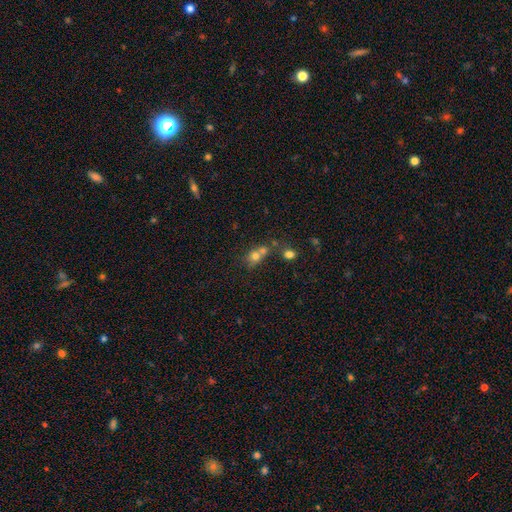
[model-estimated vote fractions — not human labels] Overall: smooth (70%). How rounded: round (67%; in between 32%). Merging: merger (53%; none 34%).